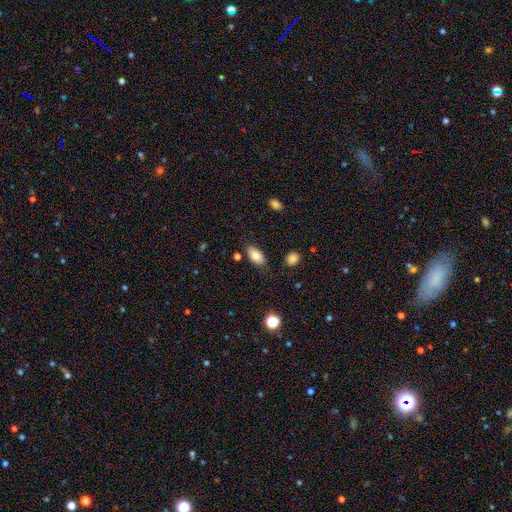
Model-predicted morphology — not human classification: smooth_or_featured: smooth (p=0.82) [alt: featured or disk p=0.10]
how_rounded: in between (p=0.92) [alt: cigar-shaped p=0.04]
merging: none (p=0.80) [alt: minor disturbance p=0.14]